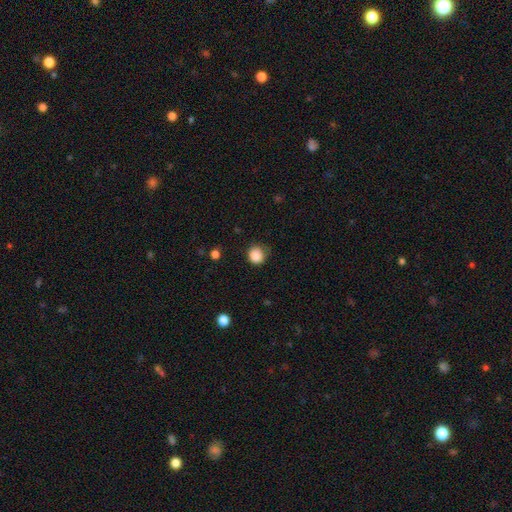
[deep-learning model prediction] Smooth or featured: smooth — 87% (star or artifact — 9%)
How rounded: round — 85% (in between — 14%)
Merging: none — 66% (minor disturbance — 25%)